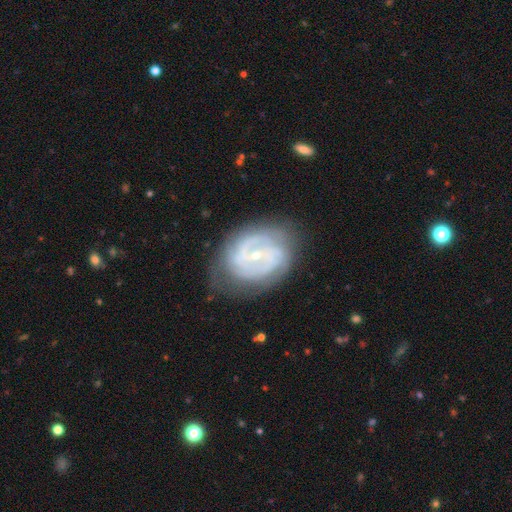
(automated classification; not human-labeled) This is clearly a featured or disk galaxy (82%). It is clearly not viewed edge-on (97%). Bar: marginally no (42%, tied with weak). Spiral arm pattern: clearly yes (90%). Spiral arm count: marginally 2 (44%). Spiral winding: possibly tight (54%). Central bulge: likely small (77%). Merging: likely none (70%).